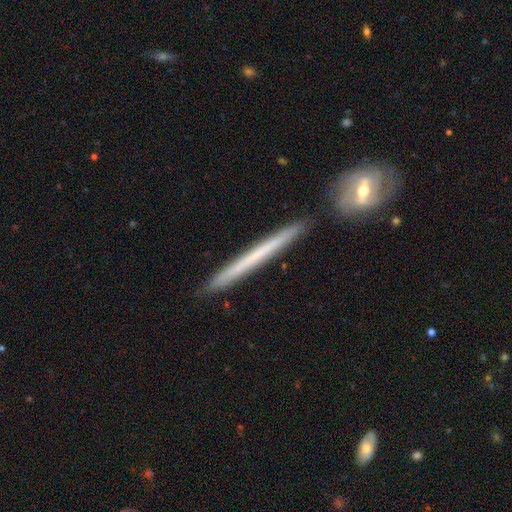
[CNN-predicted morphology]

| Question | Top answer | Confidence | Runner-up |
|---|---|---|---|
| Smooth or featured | featured or disk | 49% | smooth (45%) |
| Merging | none | 87% | minor disturbance (7%) |